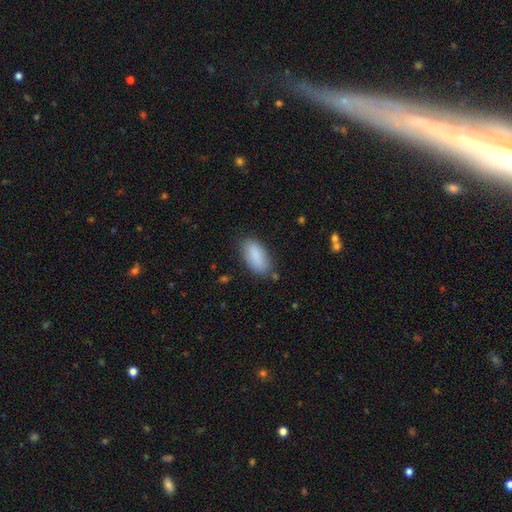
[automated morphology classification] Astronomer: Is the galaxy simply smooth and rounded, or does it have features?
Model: smooth — 87%.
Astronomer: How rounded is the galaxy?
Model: in between — 89%.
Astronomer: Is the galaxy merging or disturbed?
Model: none — 78%.